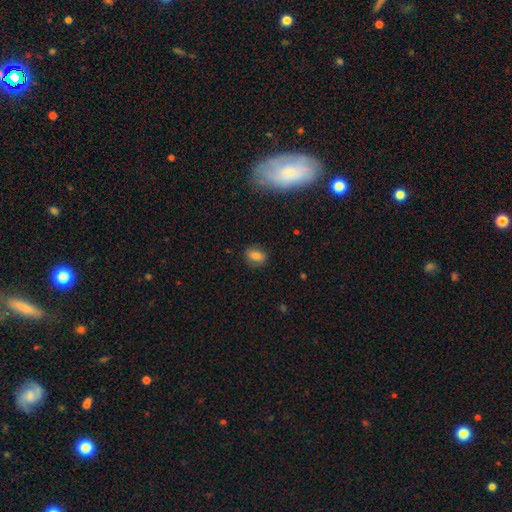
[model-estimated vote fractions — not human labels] Smooth or featured? smooth (77%)
How rounded? in between (62%)
Merging? none (84%)